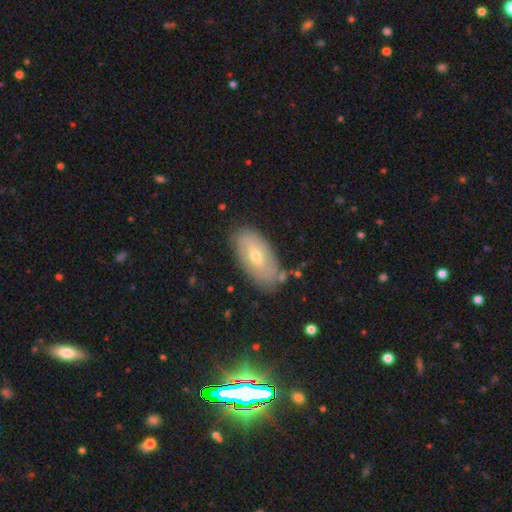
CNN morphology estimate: smooth_or_featured: featured or disk (p=0.47) [alt: smooth p=0.45]
merging: none (p=0.77) [alt: minor disturbance p=0.16]